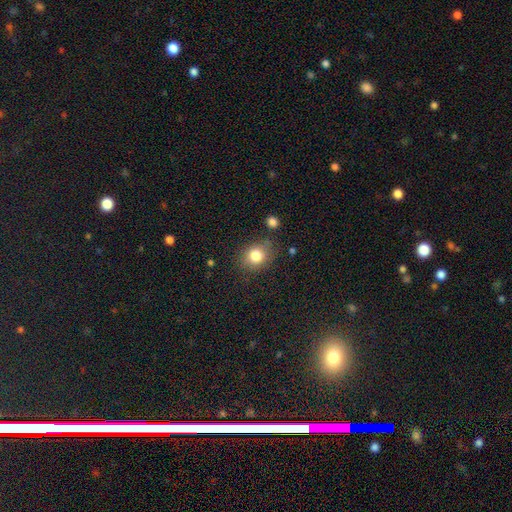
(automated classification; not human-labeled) smooth_or_featured: smooth (p=0.81) [alt: star or artifact p=0.11]
how_rounded: round (p=0.64) [alt: in between p=0.35]
merging: none (p=0.77) [alt: minor disturbance p=0.15]